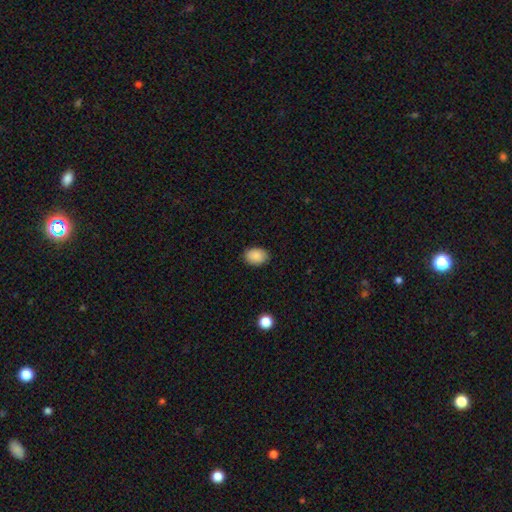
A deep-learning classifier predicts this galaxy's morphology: The model was most divided on "how rounded": in between: 76%, round: 23%, cigar-shaped: 1%. More confident: smooth or featured — smooth (89%); merging — none (87%).